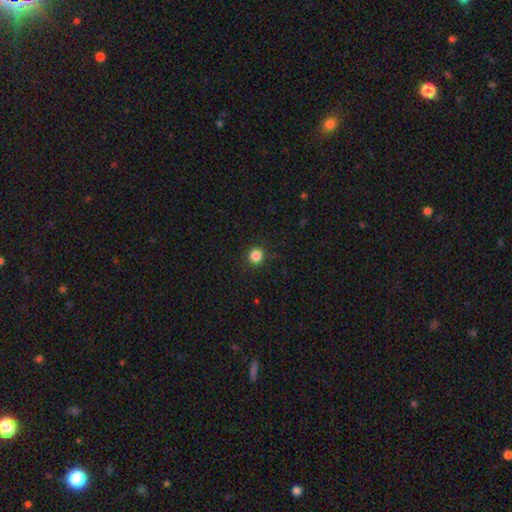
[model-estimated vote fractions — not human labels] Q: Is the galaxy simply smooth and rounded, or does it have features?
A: smooth — 85%.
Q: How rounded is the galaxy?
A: round — 93%.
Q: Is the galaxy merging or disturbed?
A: none — 91%.